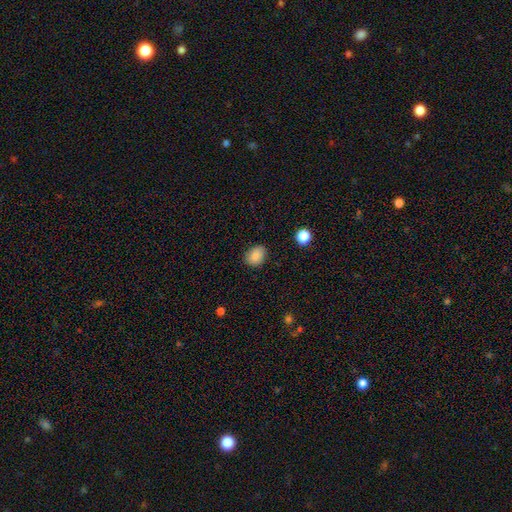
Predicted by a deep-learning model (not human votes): Morphology: type=smooth (86%); roundness=in between (59%); merging=none (84%).